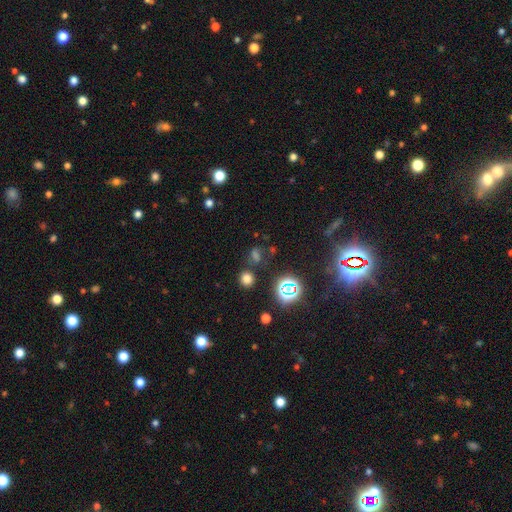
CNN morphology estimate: The model was most divided on "smooth or featured": star or artifact: 50%, smooth: 41%, featured or disk: 9%.